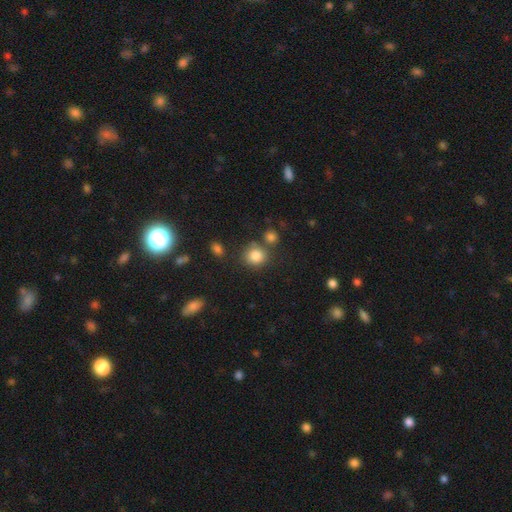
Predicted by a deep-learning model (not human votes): Smooth or featured? smooth (83%)
How rounded? round (83%)
Merging? none (71%)